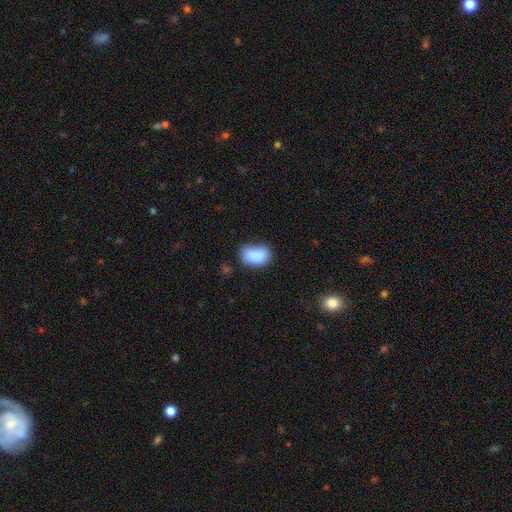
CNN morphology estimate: This is clearly a smooth galaxy (85%). How rounded: clearly in between (87%). Merging: possibly none (54%).